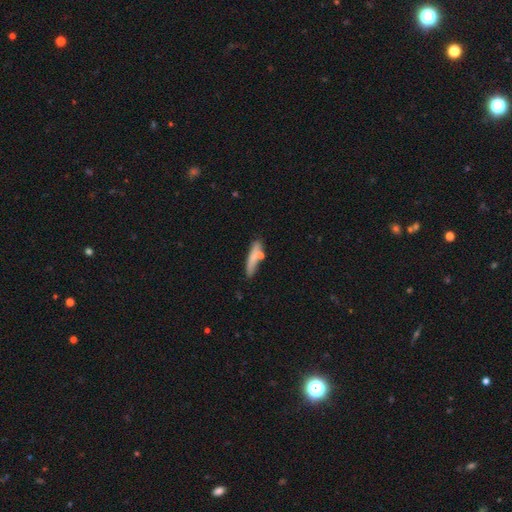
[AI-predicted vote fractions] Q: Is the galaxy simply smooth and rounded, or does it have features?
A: smooth — 67%.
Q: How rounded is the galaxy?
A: cigar-shaped — 77%.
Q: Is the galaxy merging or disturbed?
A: none — 58%.